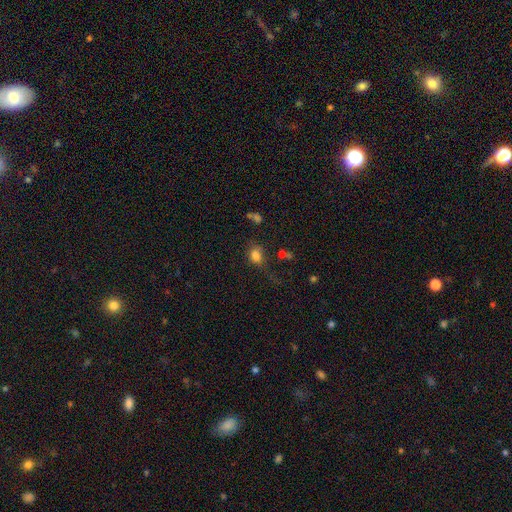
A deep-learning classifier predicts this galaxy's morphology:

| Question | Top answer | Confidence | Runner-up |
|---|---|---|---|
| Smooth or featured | smooth | 76% | star or artifact (14%) |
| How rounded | in between | 61% | round (37%) |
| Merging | none | 50% | minor disturbance (22%) |